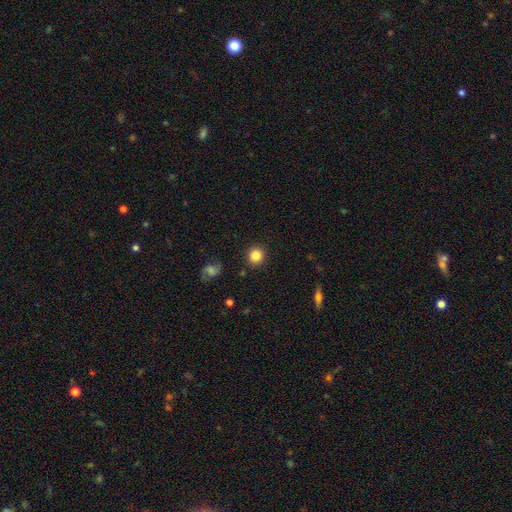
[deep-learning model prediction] Overall: smooth (84%). How rounded: round (92%). Merging: none (89%).